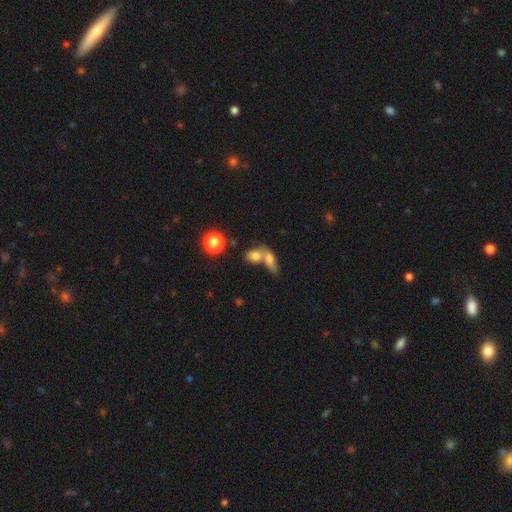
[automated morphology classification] smooth-or-featured: smooth: 75% | featured or disk: 13% | star or artifact: 12%
  how-rounded: in between: 65% | round: 28% | cigar-shaped: 7%
  merging: merger: 59% | none: 29% | minor disturbance: 8% | major disturbance: 5%